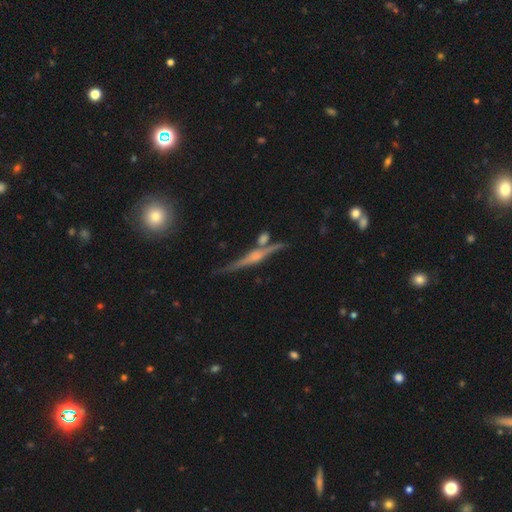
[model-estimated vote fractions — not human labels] Q: Smooth or featured?
A: featured or disk (80%); runner-up: smooth (13%)
Q: Edge-on disk?
A: yes (97%); runner-up: no (3%)
Q: Edge-on bulge?
A: rounded (74%); runner-up: boxy (15%)
Q: Merging?
A: none (77%); runner-up: minor disturbance (11%)